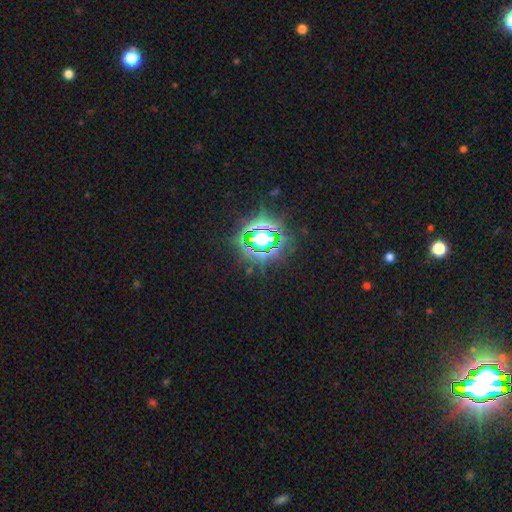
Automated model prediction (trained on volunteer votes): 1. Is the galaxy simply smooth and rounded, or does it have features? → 83% star or artifact, 10% smooth, 6% featured or disk.